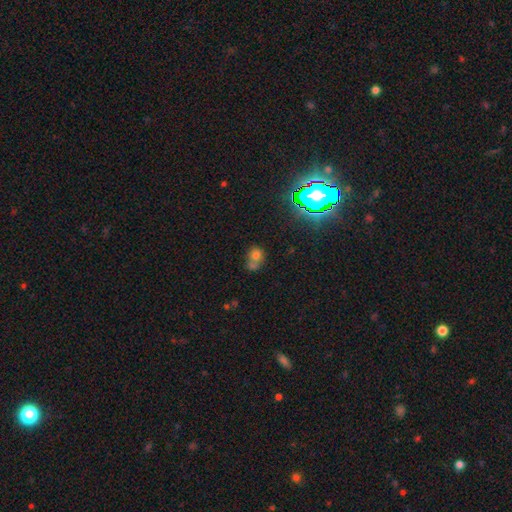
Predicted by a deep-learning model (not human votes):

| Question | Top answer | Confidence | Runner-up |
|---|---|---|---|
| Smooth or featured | smooth | 67% | star or artifact (18%) |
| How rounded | round | 66% | in between (33%) |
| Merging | merger | 50% | none (35%) |